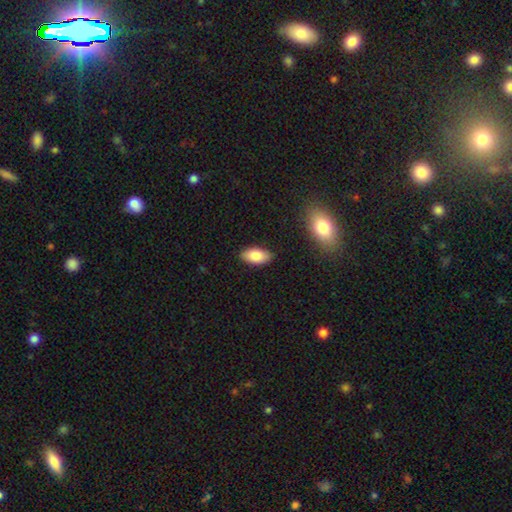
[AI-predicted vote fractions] smooth_or_featured: smooth (p=0.84) [alt: featured or disk p=0.09]
how_rounded: in between (p=0.92) [alt: cigar-shaped p=0.05]
merging: none (p=0.85) [alt: minor disturbance p=0.11]